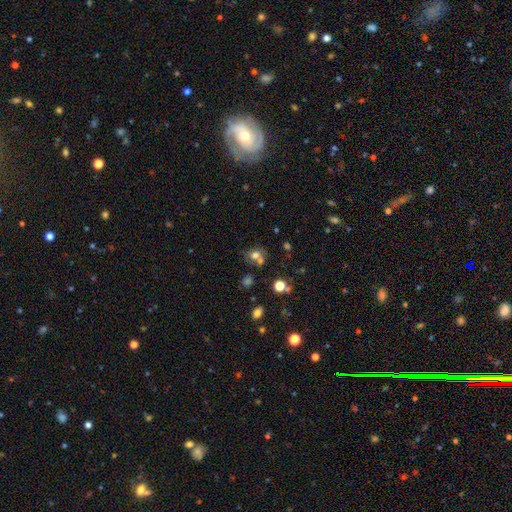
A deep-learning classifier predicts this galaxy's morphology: smooth-or-featured: smooth: 67% | star or artifact: 19% | featured or disk: 14%
  how-rounded: round: 64% | in between: 35% | cigar-shaped: 1%
  merging: none: 48% | merger: 32% | minor disturbance: 13% | major disturbance: 7%